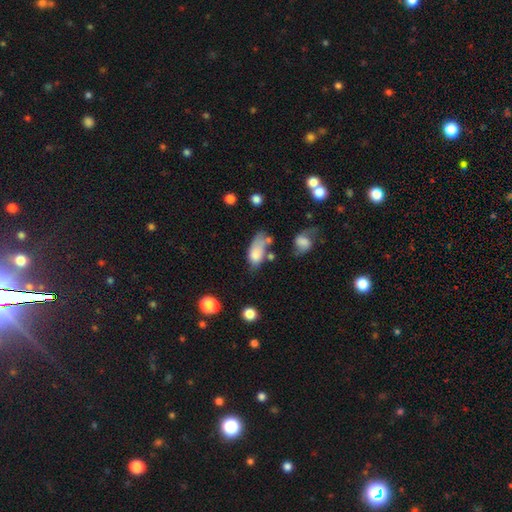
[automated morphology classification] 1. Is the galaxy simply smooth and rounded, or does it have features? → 74% smooth, 17% featured or disk, 9% star or artifact.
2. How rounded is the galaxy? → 86% in between, 8% cigar-shaped, 6% round.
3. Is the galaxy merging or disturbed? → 28% minor disturbance, 27% none, 26% major disturbance, 18% merger.